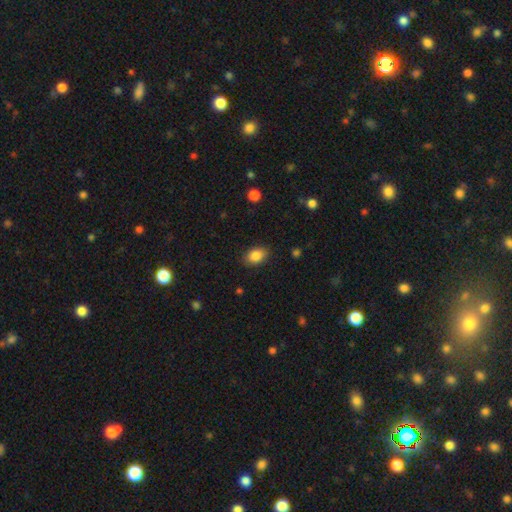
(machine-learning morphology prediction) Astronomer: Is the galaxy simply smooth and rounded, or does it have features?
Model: smooth — 86%.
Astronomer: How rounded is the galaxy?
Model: in between — 81%.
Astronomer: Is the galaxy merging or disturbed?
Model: none — 86%.